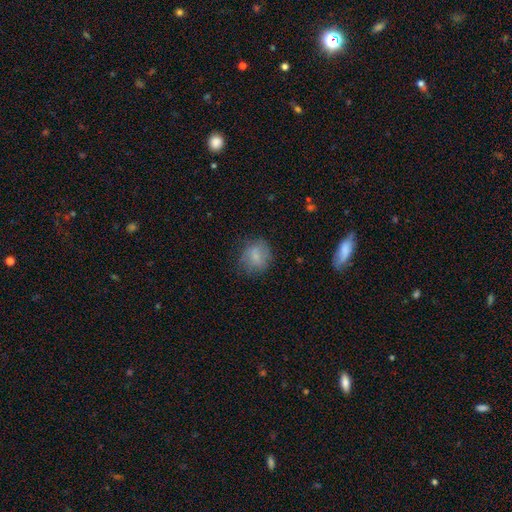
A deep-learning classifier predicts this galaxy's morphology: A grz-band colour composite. It shows a smooth galaxy with no disk features (75%) that is round (76%). Merging: none (71%).